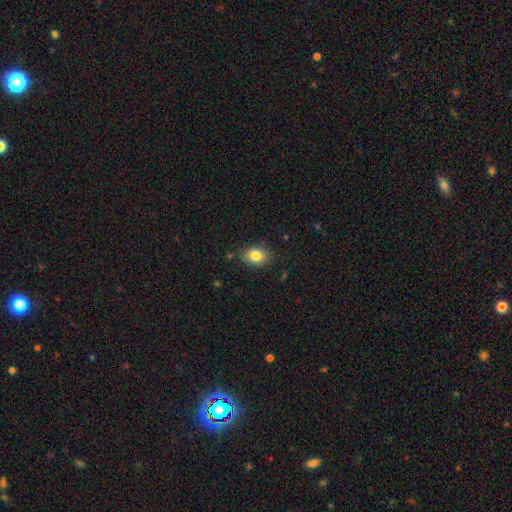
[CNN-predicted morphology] Smooth or featured?
  - smooth: 82% *
  - star or artifact: 10%
  - featured or disk: 8%
How rounded?
  - in between: 60% *
  - round: 39%
  - cigar-shaped: 1%
Merging?
  - none: 83% *
  - minor disturbance: 12%
  - major disturbance: 3%
  - merger: 2%